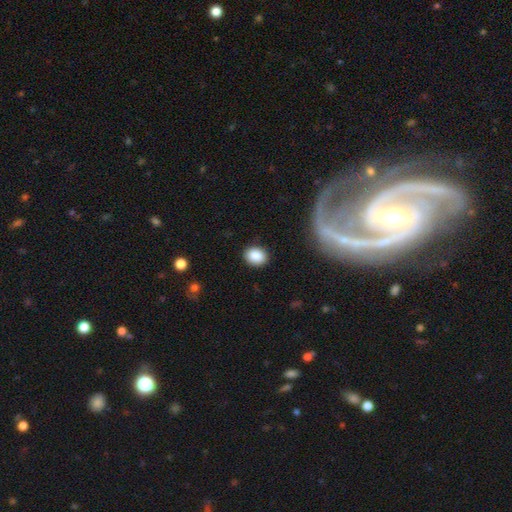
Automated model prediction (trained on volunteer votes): This appears to be a smooth galaxy with no disk features (88%) that is round (54%). Merging: none (87%).